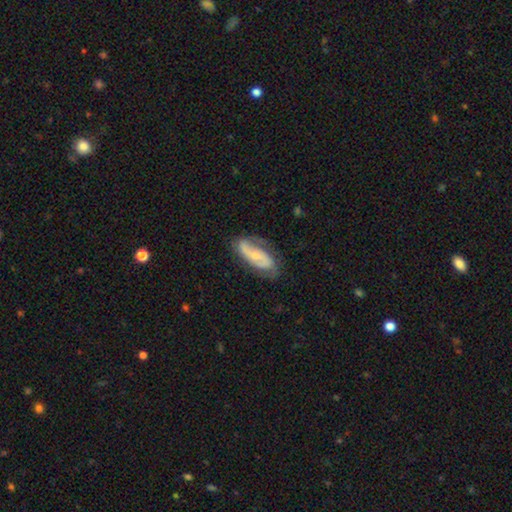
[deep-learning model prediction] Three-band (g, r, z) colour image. It shows a featured or disk galaxy (72%) with no bar (54%), 2 (81%) medium (43%) spiral arms (89%) and a small central bulge (57%). Merging: none (70%).